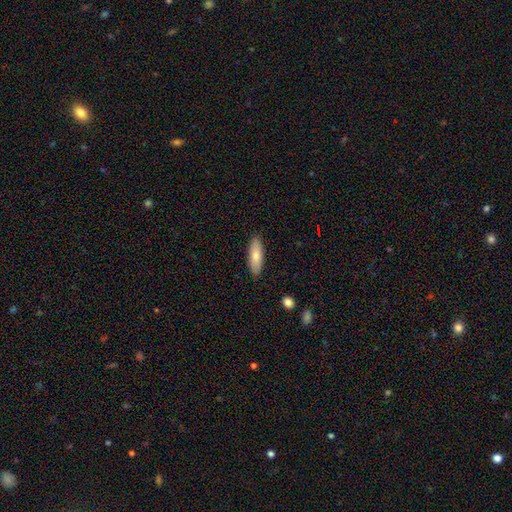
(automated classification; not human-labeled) This is likely a smooth galaxy (77%). How rounded: possibly in between (59%). Merging: clearly none (88%).